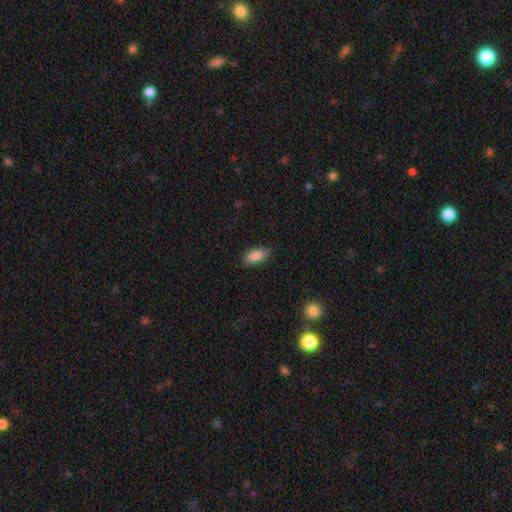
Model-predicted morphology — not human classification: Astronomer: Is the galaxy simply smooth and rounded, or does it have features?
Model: smooth — 86%.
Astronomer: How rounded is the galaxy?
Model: in between — 91%.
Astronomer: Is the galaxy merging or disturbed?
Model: none — 81%.